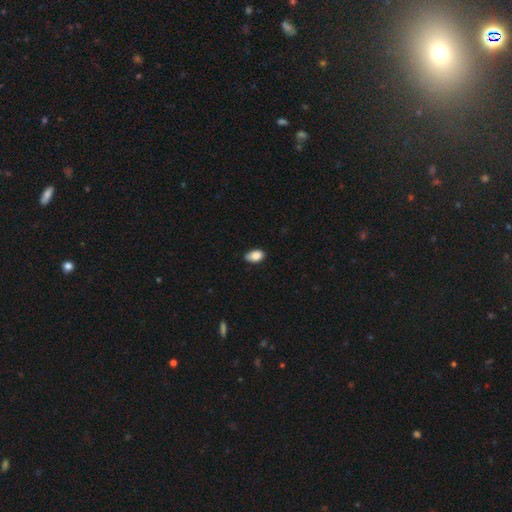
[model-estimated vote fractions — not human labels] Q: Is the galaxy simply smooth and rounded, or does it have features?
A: smooth — 87%.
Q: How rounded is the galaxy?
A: in between — 90%.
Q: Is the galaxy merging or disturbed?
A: none — 68%.